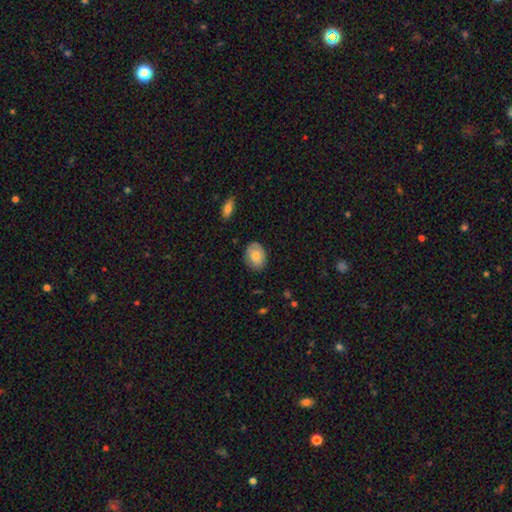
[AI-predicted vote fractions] Smooth or featured? Predicted: smooth (p=0.75). How rounded? Predicted: in between (p=0.70). Merging? Predicted: none (p=0.81).